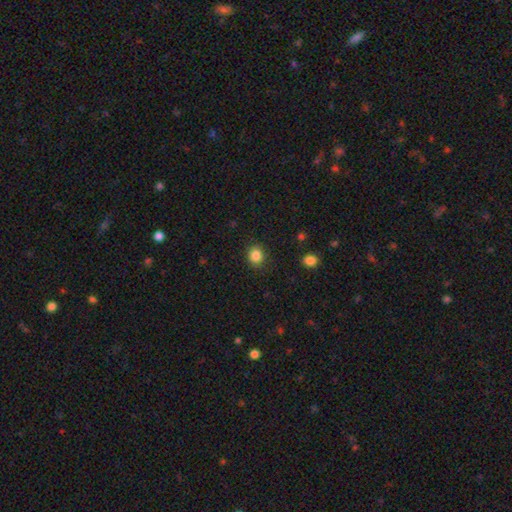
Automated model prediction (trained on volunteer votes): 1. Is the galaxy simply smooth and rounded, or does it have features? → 85% smooth, 11% star or artifact, 4% featured or disk.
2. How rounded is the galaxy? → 75% round, 24% in between, 1% cigar-shaped.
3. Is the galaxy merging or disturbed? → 86% none, 10% minor disturbance, 3% major disturbance, 1% merger.